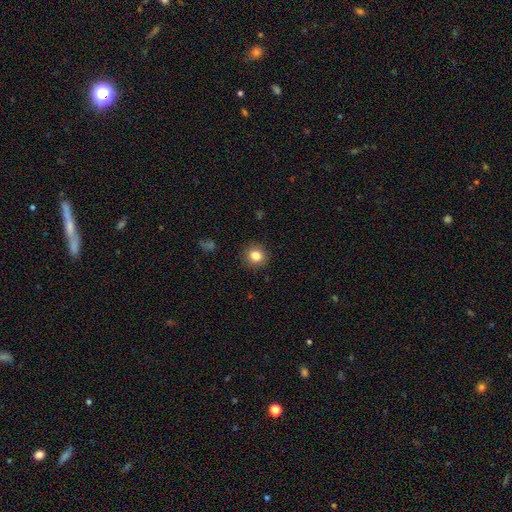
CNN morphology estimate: The model was most divided on "smooth or featured": smooth: 83%, star or artifact: 11%, featured or disk: 6%. More confident: merging — none (90%); how rounded — round (90%).